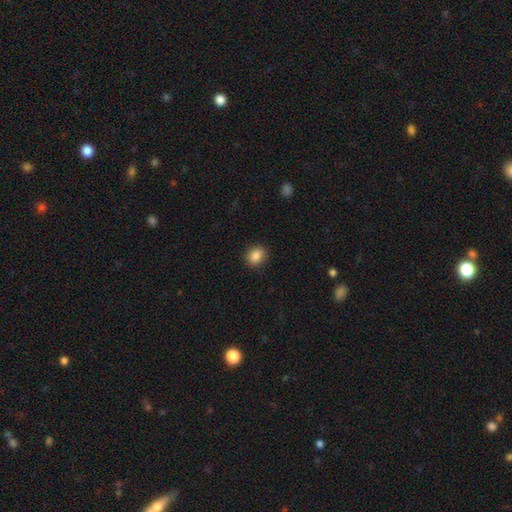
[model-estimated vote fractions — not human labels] smooth 86%, star or artifact 9%, featured or disk 4%. Down the decision tree: how rounded — round (58%); merging — none (90%).